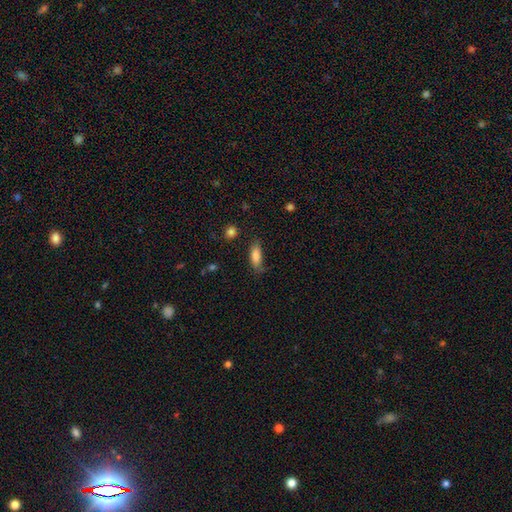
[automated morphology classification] Smooth or featured? Predicted: smooth (p=0.82). How rounded? Predicted: in between (p=0.72). Merging? Predicted: none (p=0.66).